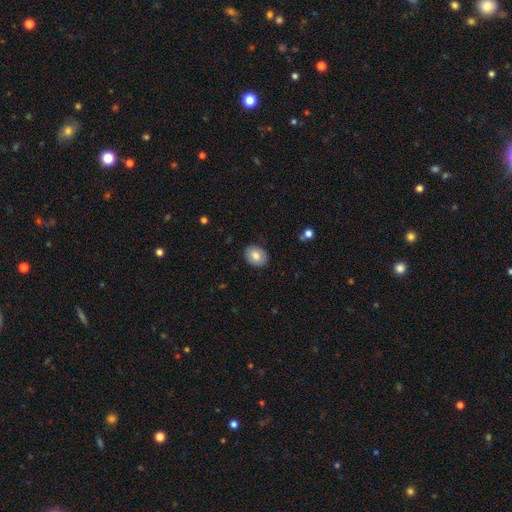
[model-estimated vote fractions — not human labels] This appears to be a smooth galaxy with no disk features (76%) that is in between round and cigar-shaped (57%). Merging: none (87%).